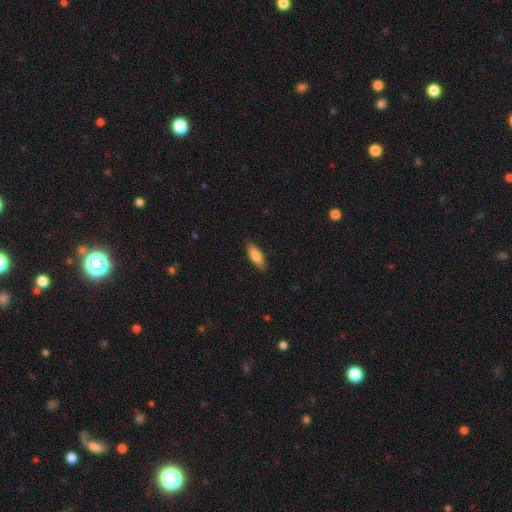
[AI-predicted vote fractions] smooth-or-featured: smooth: 80% | featured or disk: 14% | star or artifact: 6%
  how-rounded: in between: 55% | cigar-shaped: 43% | round: 2%
  merging: none: 86% | minor disturbance: 11% | major disturbance: 2% | merger: 1%